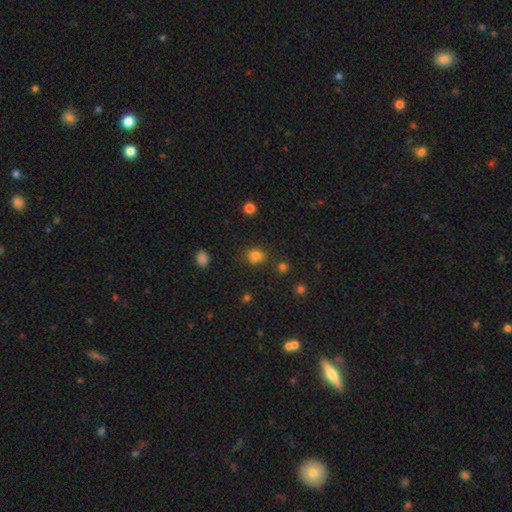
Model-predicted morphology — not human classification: This appears to be a smooth galaxy with no disk features (77%) that is round (73%). Merging: none (73%).